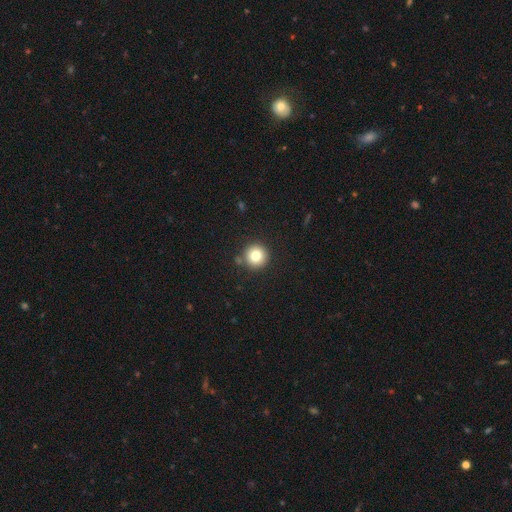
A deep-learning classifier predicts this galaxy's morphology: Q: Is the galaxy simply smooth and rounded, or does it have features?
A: smooth — 80%.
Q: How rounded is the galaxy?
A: round — 95%.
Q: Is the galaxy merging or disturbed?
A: none — 86%.